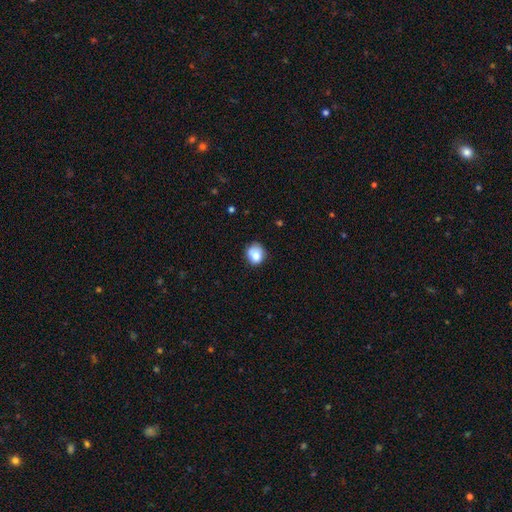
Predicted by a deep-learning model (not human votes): Smooth or featured? smooth (80%)
How rounded? round (76%)
Merging? none (66%)